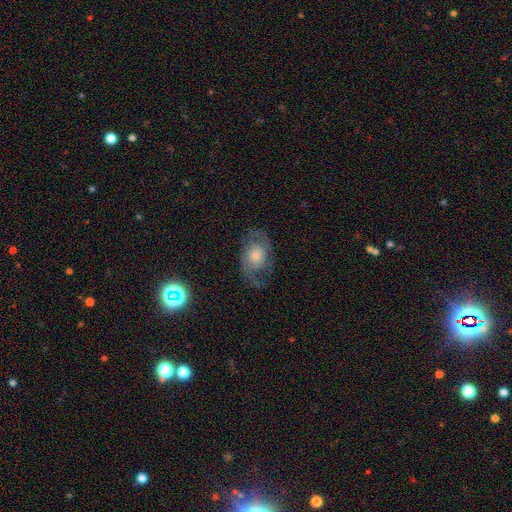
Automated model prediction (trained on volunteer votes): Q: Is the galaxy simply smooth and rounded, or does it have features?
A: featured or disk — 72%.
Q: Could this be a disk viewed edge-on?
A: no — 96%.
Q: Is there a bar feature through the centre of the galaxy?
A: no — 75%.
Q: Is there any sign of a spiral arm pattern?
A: yes — 91%.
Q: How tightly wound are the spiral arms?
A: medium — 48%.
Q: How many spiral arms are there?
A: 2 — 82%.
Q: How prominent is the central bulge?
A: moderate — 46%.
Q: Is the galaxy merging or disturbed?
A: none — 71%.